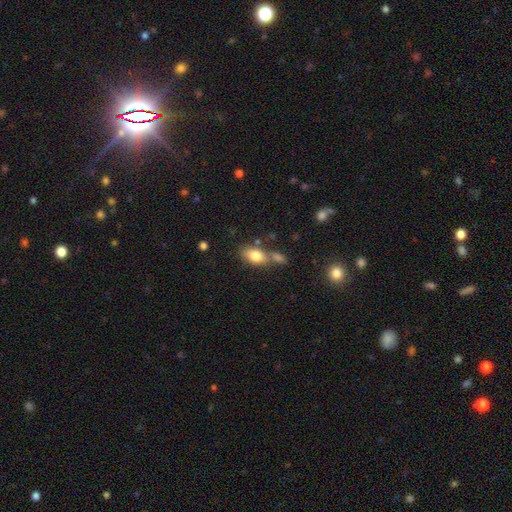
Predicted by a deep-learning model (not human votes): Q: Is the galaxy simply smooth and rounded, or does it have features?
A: smooth — 80%.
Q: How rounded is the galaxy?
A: in between — 87%.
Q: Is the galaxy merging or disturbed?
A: none — 50%.